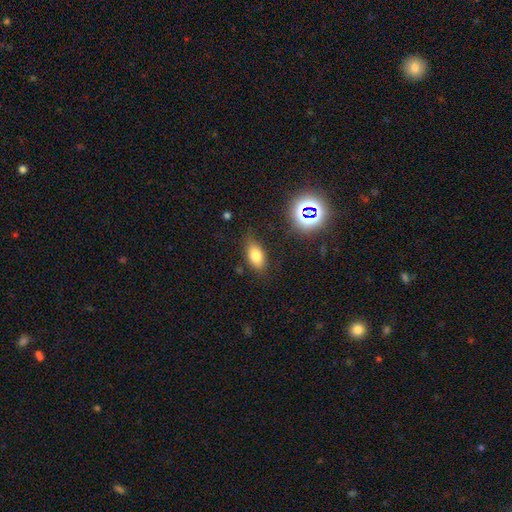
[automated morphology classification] A smooth galaxy with no disk features (76%) that is in between round and cigar-shaped (86%). Merging: none (77%).